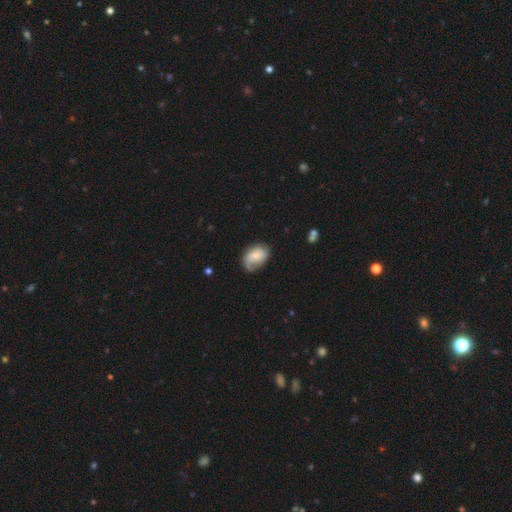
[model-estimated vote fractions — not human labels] This appears to be a smooth galaxy with no disk features (54%) that is in between round and cigar-shaped (82%). Merging: none (57%).